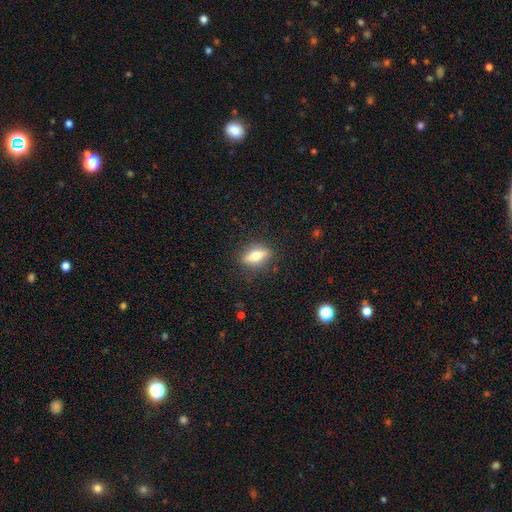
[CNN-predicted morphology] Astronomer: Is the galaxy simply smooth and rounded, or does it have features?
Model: smooth — 57% (runner-up: featured or disk, 35%).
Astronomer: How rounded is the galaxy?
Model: in between — 60%.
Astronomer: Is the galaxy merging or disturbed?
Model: none — 85%.